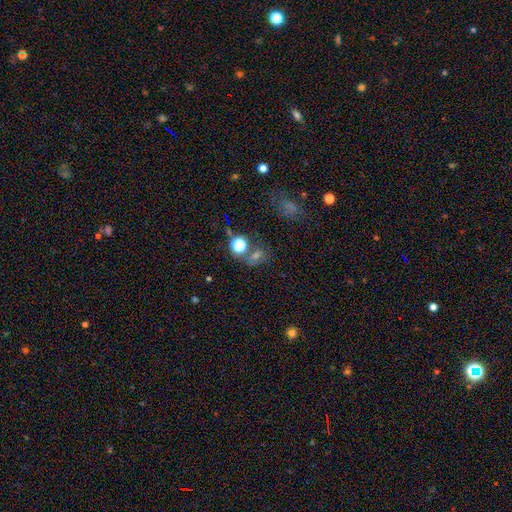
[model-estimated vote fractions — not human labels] This appears to be a smooth galaxy with no disk features (44%, tied with star or artifact). Merging: none (63%).